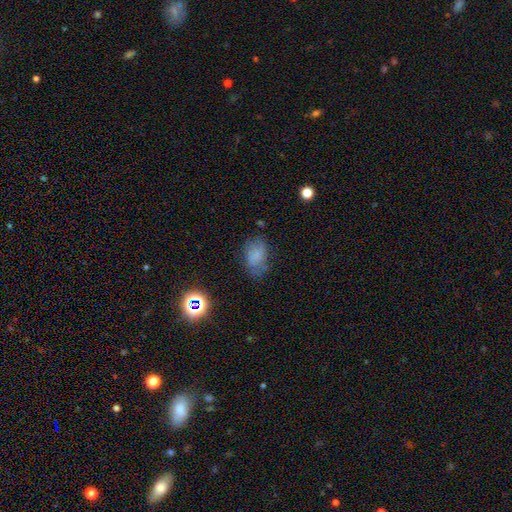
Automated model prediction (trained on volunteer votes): The model was most divided on "merging": none: 61%, minor disturbance: 26%, major disturbance: 11%, merger: 2%. More confident: how rounded — in between (85%); smooth or featured — smooth (71%).